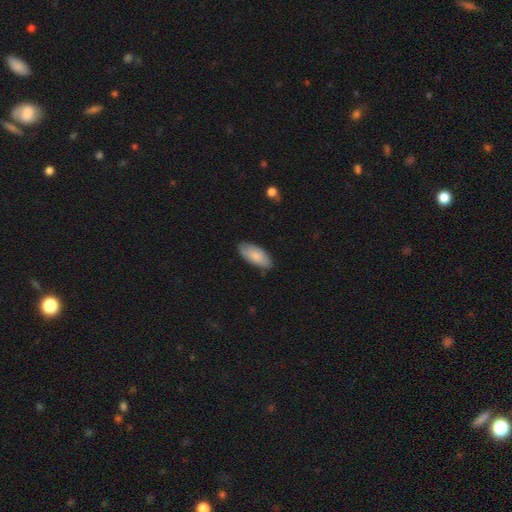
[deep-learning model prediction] smooth-or-featured: smooth: 83% | featured or disk: 11% | star or artifact: 5%
  how-rounded: in between: 89% | cigar-shaped: 9% | round: 2%
  merging: none: 80% | minor disturbance: 16% | major disturbance: 2% | merger: 1%